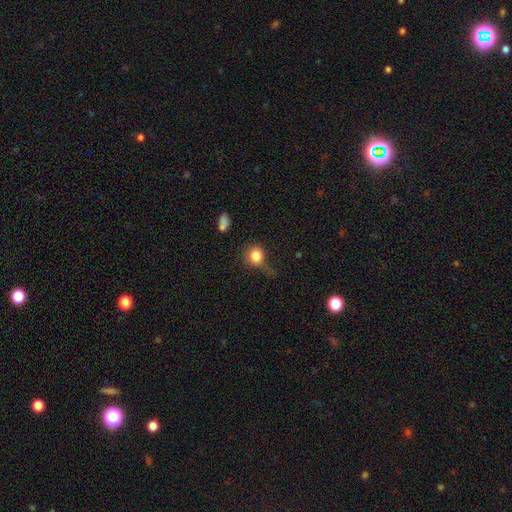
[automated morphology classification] Smooth or featured? Predicted: smooth (p=0.82). How rounded? Predicted: round (p=0.71). Merging? Predicted: none (p=0.46).